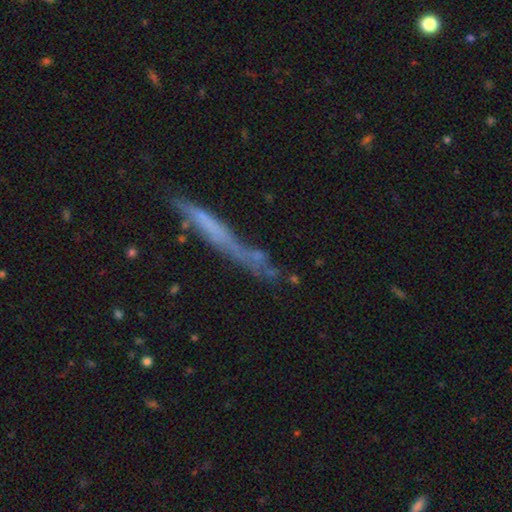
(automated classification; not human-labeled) Smooth or featured? smooth (43%)
Merging? none (54%)